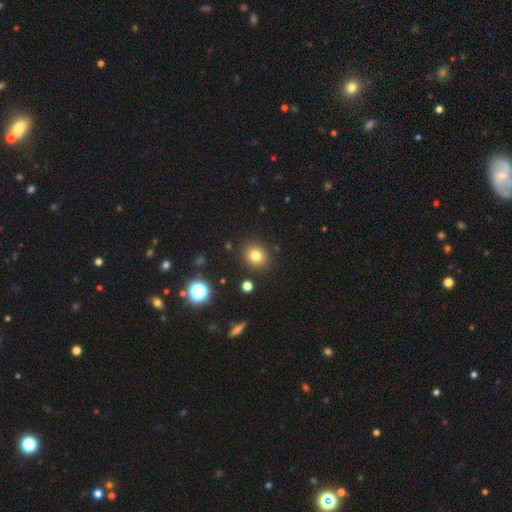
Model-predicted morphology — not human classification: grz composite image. It shows a smooth galaxy with no disk features (79%) that is round (86%). Merging: none (89%).